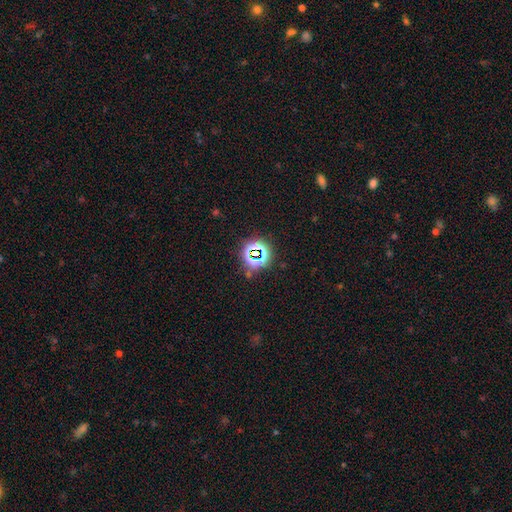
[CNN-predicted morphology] The model was most divided on "smooth or featured": star or artifact: 69%, smooth: 21%, featured or disk: 9%.